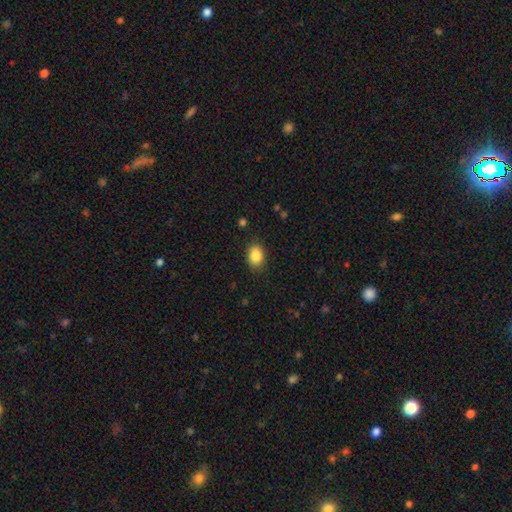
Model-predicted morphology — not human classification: The model was most divided on "how rounded": in between: 71%, round: 28%, cigar-shaped: 1%. More confident: smooth or featured — smooth (87%); merging — none (86%).